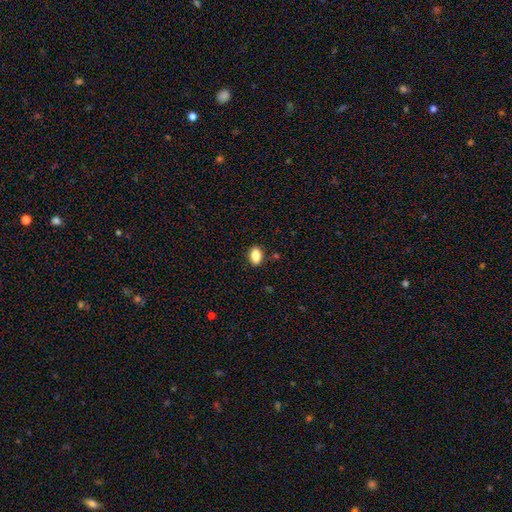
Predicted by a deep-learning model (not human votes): Smooth or featured: smooth — 86% (star or artifact — 8%)
How rounded: in between — 86% (round — 12%)
Merging: none — 88% (minor disturbance — 9%)